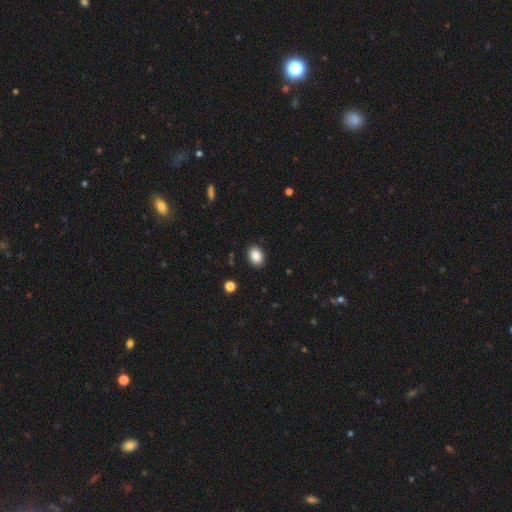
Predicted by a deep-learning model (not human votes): This appears to be a smooth galaxy with no disk features (87%) that is in between round and cigar-shaped (63%). Merging: none (90%).